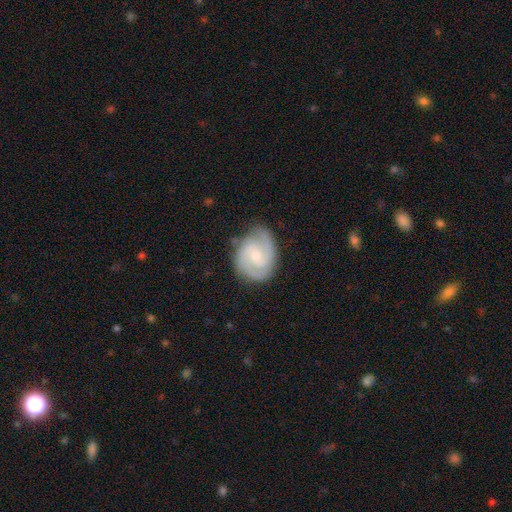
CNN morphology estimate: Smooth or featured? Predicted: featured or disk (p=0.84). Edge-on disk? Predicted: no (p=0.98). Bar? Predicted: no (p=0.57). Spiral arms? Predicted: yes (p=0.97). Spiral winding? Predicted: tight (p=0.52). Spiral arm count? Predicted: 2 (p=0.66). Bulge size? Predicted: small (p=0.59). Merging? Predicted: none (p=0.76).